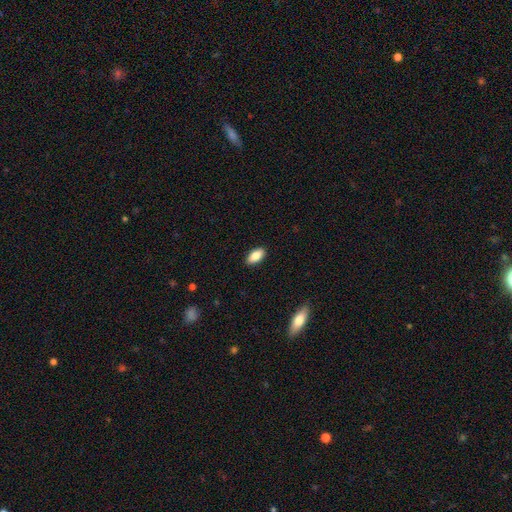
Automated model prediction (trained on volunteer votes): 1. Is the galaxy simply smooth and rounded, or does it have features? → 84% smooth, 9% featured or disk, 7% star or artifact.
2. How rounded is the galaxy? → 90% in between, 7% cigar-shaped, 3% round.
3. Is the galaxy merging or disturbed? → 90% none, 8% minor disturbance, 2% major disturbance, 1% merger.